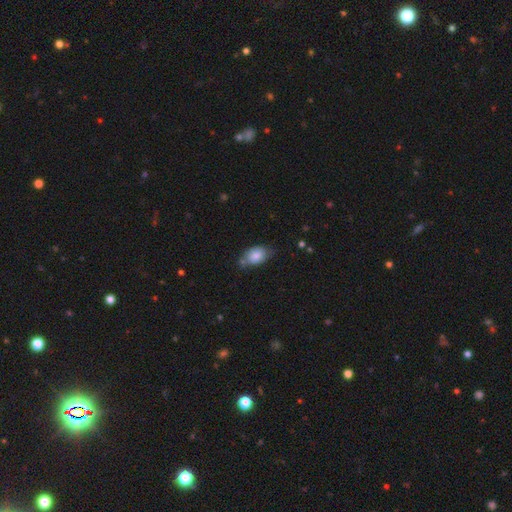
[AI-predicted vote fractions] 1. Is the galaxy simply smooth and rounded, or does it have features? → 82% smooth, 11% featured or disk, 7% star or artifact.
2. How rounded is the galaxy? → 83% in between, 15% round, 2% cigar-shaped.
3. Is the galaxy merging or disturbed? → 57% none, 28% minor disturbance, 9% merger, 6% major disturbance.